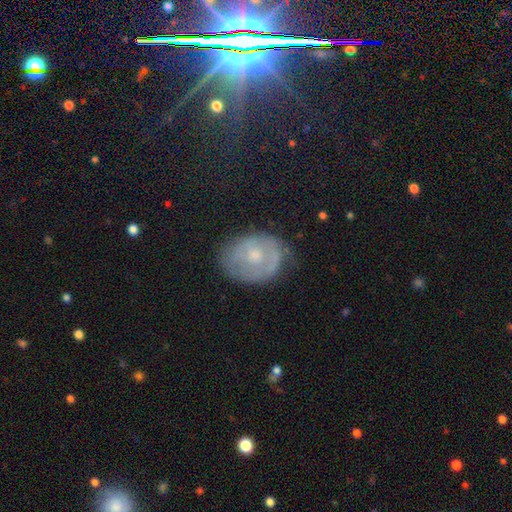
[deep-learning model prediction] A featured or disk galaxy (50%). Merging: none (67%).